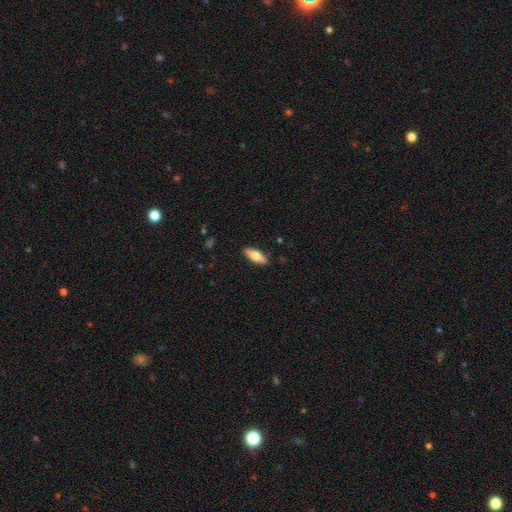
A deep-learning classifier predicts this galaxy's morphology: A smooth galaxy with no disk features (65%) that is in between round and cigar-shaped (66%). Merging: none (88%).